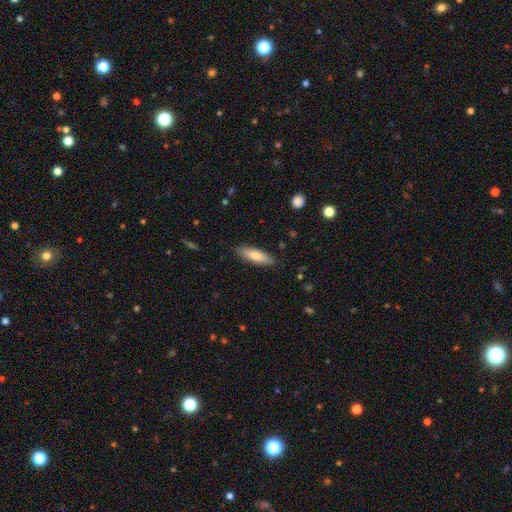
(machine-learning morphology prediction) This appears to be a smooth galaxy with no disk features (77%) that is cigar-shaped (58%). Merging: none (88%).